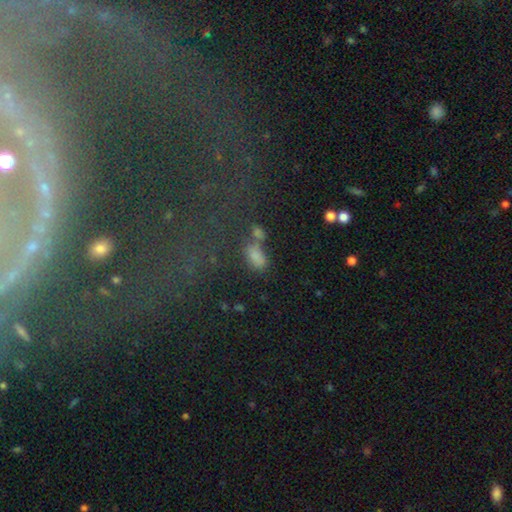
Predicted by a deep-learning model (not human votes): smooth 72%, star or artifact 18%, featured or disk 10%. Down the decision tree: how rounded — in between (88%); merging — none (43%).